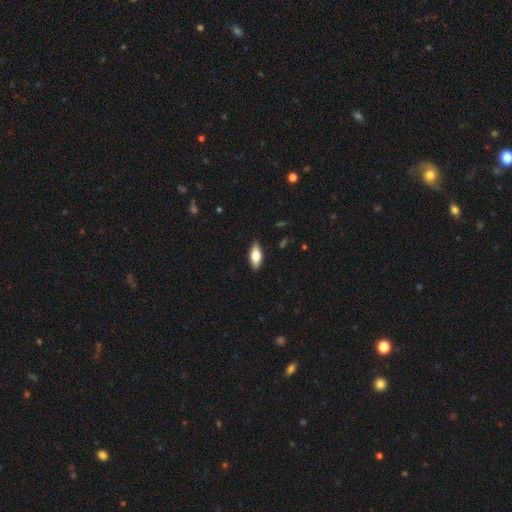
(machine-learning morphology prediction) Smooth or featured?
  - smooth: 75% *
  - featured or disk: 19%
  - star or artifact: 6%
How rounded?
  - in between: 82% *
  - cigar-shaped: 15%
  - round: 2%
Merging?
  - none: 88% *
  - minor disturbance: 9%
  - major disturbance: 2%
  - merger: 1%